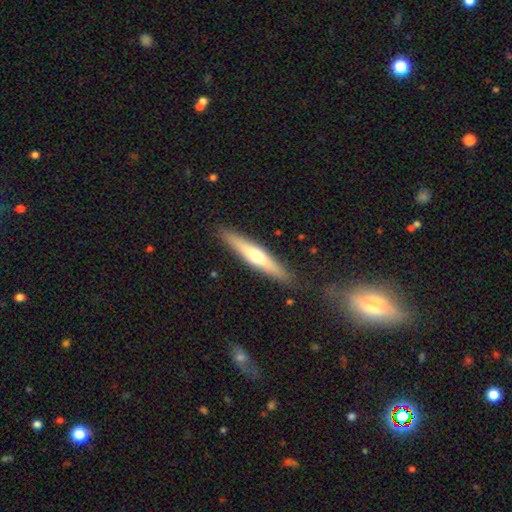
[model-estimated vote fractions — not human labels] This appears to be a featured or disk galaxy (51%) viewed edge-on (93%). Merging: none (89%).